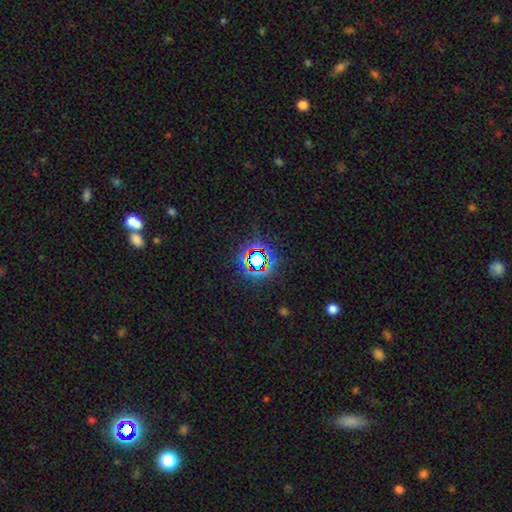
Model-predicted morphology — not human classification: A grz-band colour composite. It shows a star or artifact, not a galaxy (75%).